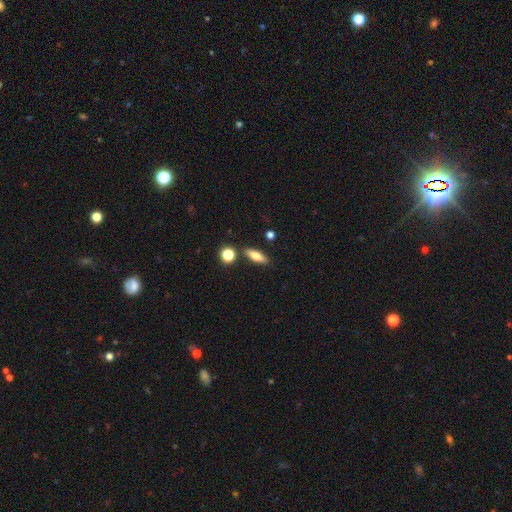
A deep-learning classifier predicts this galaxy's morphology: This appears to be a smooth galaxy with no disk features (70%) that is in between round and cigar-shaped (57%). Merging: none (82%).